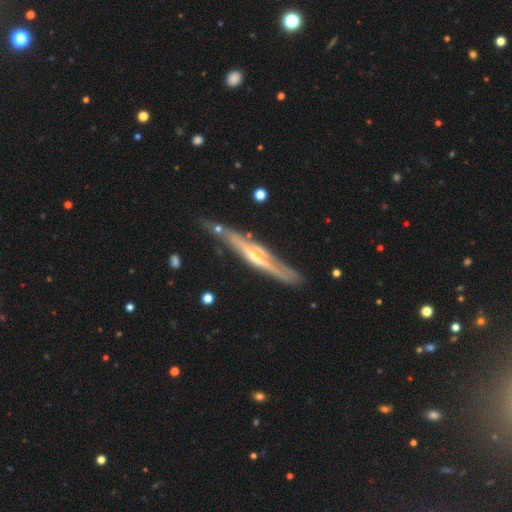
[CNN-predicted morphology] type=featured or disk (81%); edge-on=yes (94%); edge-on bulge=rounded (72%); merging=none (75%).